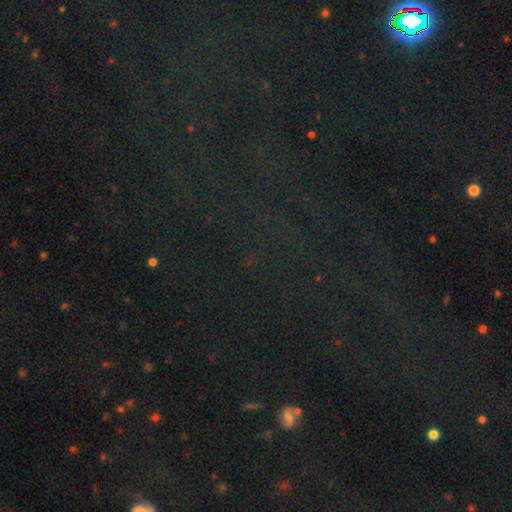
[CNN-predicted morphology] Smooth or featured? Predicted: star or artifact (p=0.81).